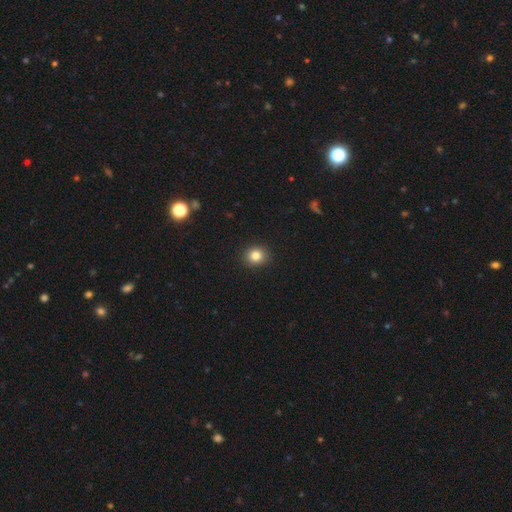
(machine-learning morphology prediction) Smooth or featured? smooth (83%)
How rounded? round (82%)
Merging? none (91%)